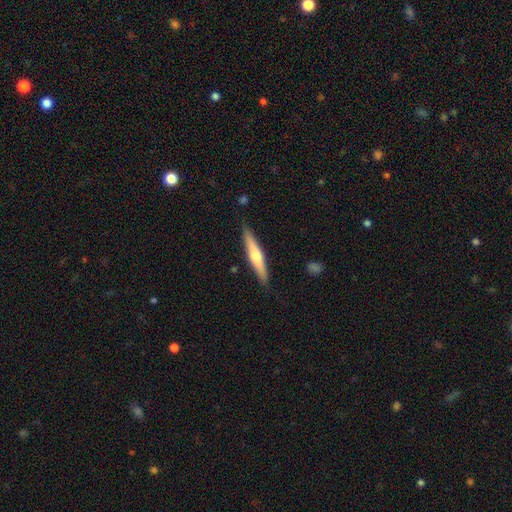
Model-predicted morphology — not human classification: This appears to be a featured or disk galaxy (54%) viewed edge-on (97%) with a rounded central bulge (84%). Merging: none (88%).